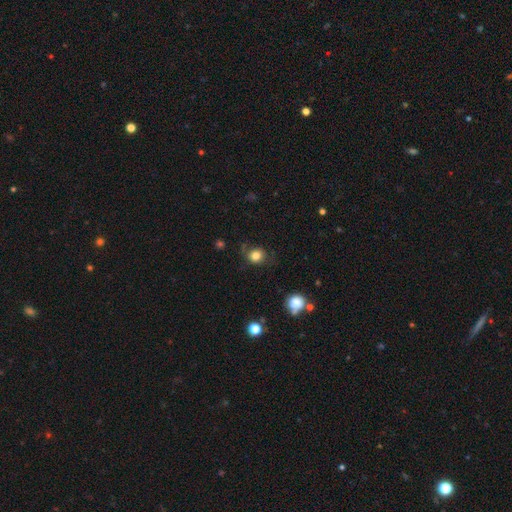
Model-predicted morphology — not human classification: type=smooth (81%); roundness=round (78%); merging=none (73%).